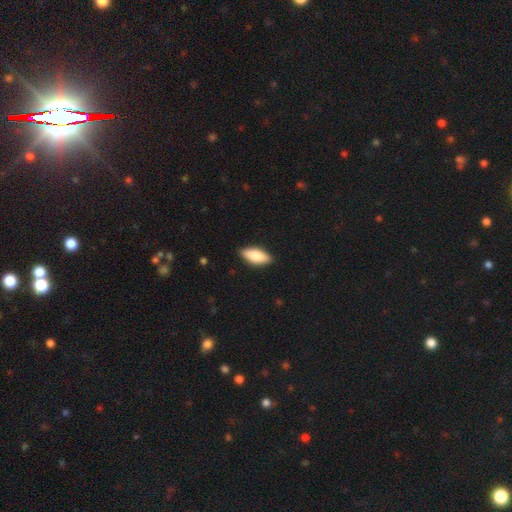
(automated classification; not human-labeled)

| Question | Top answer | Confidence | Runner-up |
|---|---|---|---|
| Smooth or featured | smooth | 81% | featured or disk (14%) |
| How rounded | in between | 80% | cigar-shaped (18%) |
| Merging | none | 88% | minor disturbance (10%) |